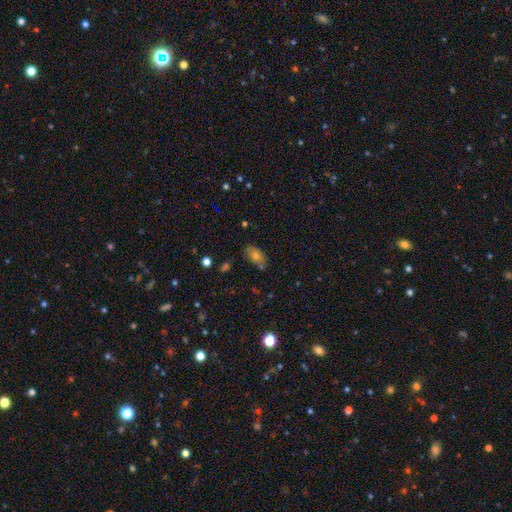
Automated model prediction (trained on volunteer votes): This is possibly a smooth galaxy (60%). How rounded: clearly in between (86%). Merging: likely none (72%).